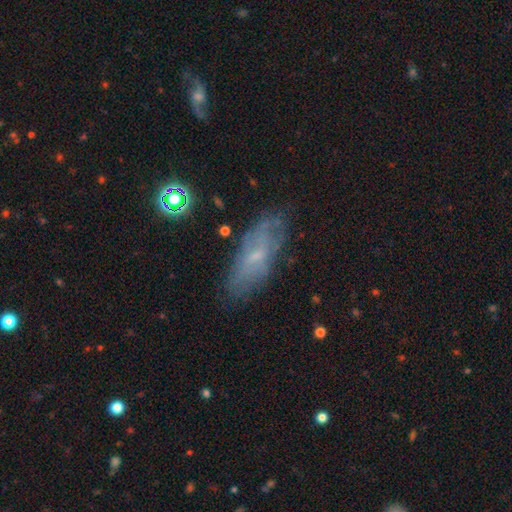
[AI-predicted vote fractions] Smooth or featured: featured or disk — 50% (smooth — 38%)
Edge-on disk: no — 77% (yes — 23%)
Merging: none — 73% (minor disturbance — 19%)